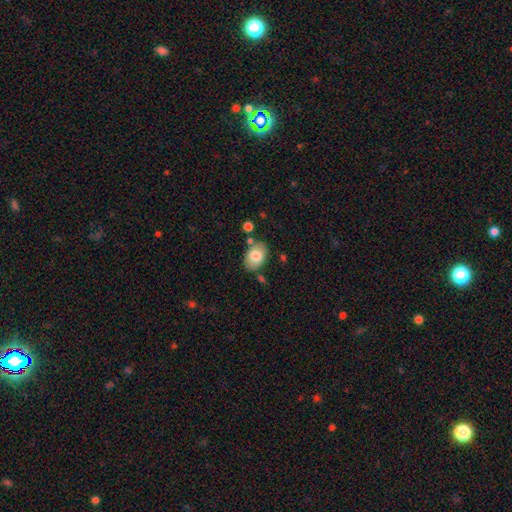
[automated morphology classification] type=smooth (77%); roundness=in between (83%); merging=none (75%).